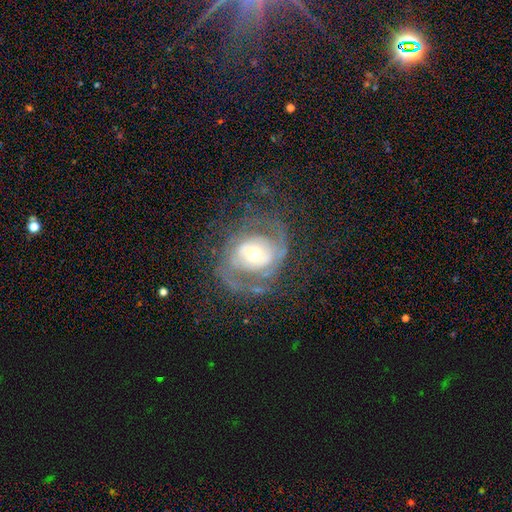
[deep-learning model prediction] Smooth or featured?
  - featured or disk: 84% *
  - smooth: 10%
  - star or artifact: 7%
Edge-on disk?
  - no: 97% *
  - yes: 3%
Bar?
  - no: 64% *
  - weak: 25%
  - strong: 11%
Spiral arms?
  - yes: 90% *
  - no: 10%
Spiral winding?
  - medium: 43% *
  - tight: 39%
  - loose: 18%
Spiral arm count?
  - 2: 69% *
  - can't tell: 14%
  - 3: 7%
  - 1: 5%
  - 4: 3%
  - more than 4: 2%
Bulge size?
  - moderate: 56% *
  - small: 33%
  - large: 9%
  - dominant: 1%
  - none: 1%
Merging?
  - none: 62% *
  - major disturbance: 20%
  - minor disturbance: 17%
  - merger: 2%